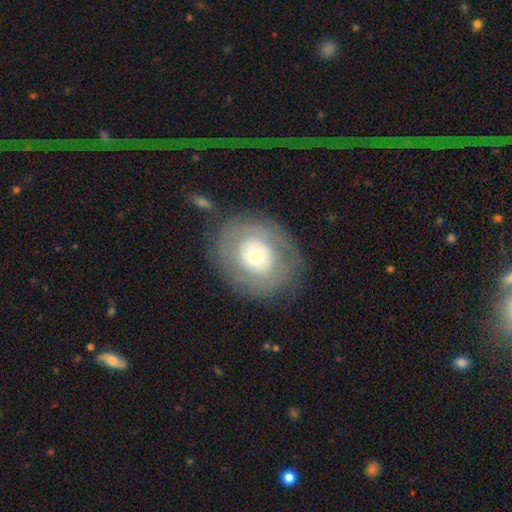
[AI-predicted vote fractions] A featured or disk galaxy (50%). Merging: none (78%).